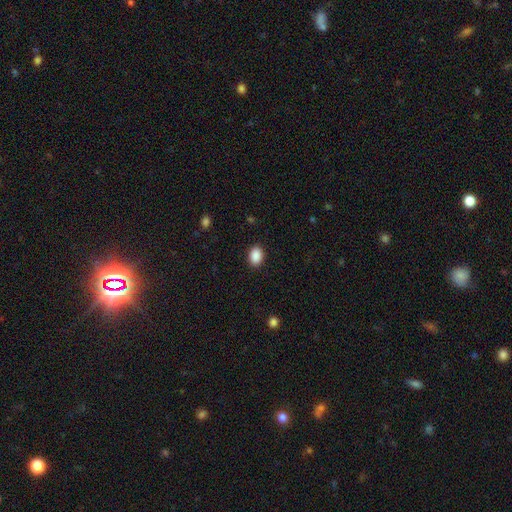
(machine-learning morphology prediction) smooth_or_featured: smooth (p=0.90) [alt: star or artifact p=0.08]
how_rounded: in between (p=0.74) [alt: round p=0.25]
merging: none (p=0.89) [alt: minor disturbance p=0.07]